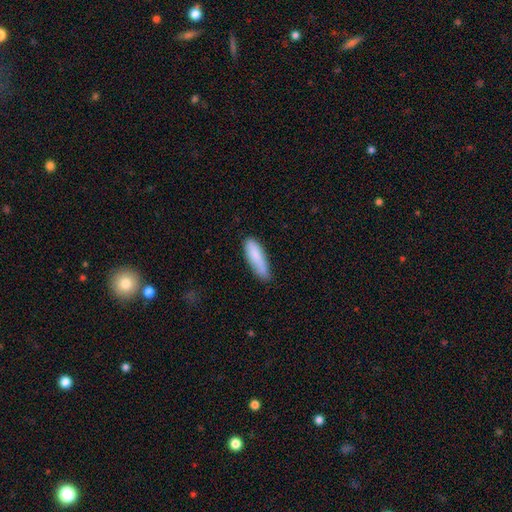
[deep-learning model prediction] A smooth galaxy with no disk features (84%) that is cigar-shaped (58%). Merging: none (69%).